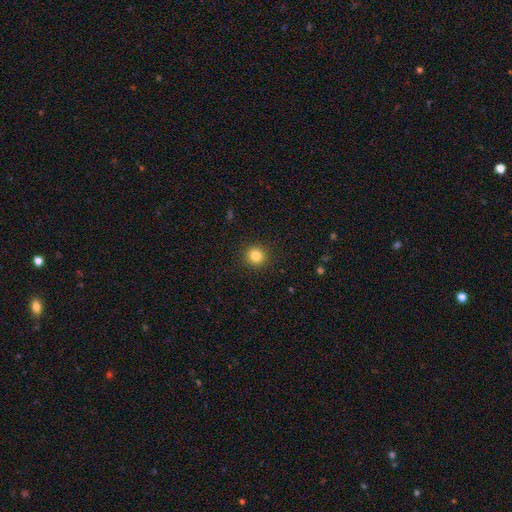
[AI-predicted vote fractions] This is clearly a smooth galaxy (83%). How rounded: clearly round (93%). Merging: clearly none (91%).